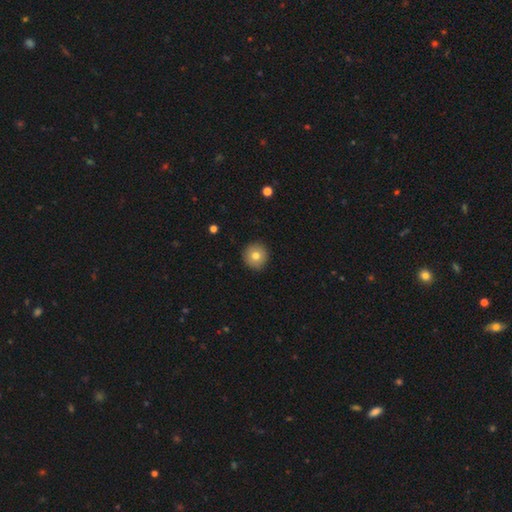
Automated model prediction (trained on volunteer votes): A smooth galaxy with no disk features (78%) that is round (96%). Merging: none (91%).